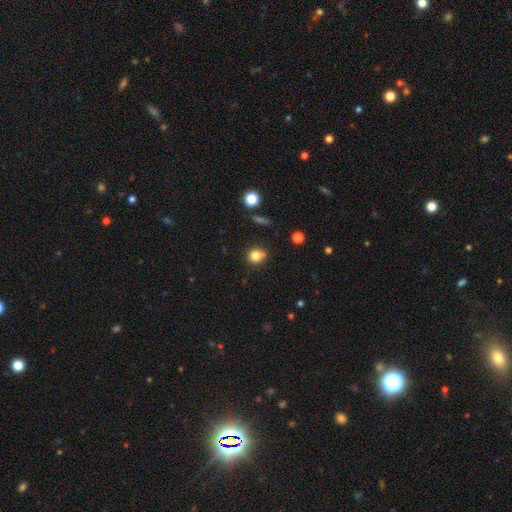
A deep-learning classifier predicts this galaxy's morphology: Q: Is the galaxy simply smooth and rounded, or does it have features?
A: smooth — 81%.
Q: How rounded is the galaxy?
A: round — 78%.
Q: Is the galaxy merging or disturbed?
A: none — 75%.